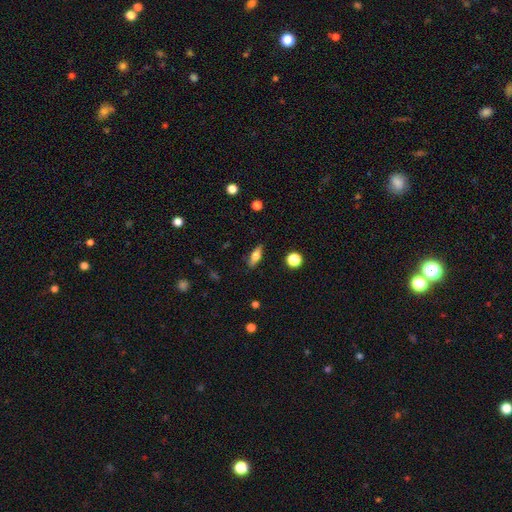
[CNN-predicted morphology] smooth_or_featured: smooth (p=0.60) [alt: featured or disk p=0.31]
how_rounded: in between (p=0.59) [alt: cigar-shaped p=0.36]
merging: none (p=0.84) [alt: minor disturbance p=0.12]